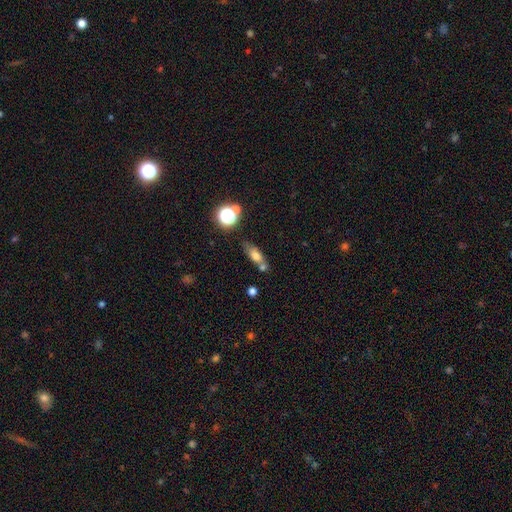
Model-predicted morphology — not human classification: Smooth or featured: smooth — 67% (featured or disk — 19%)
How rounded: in between — 60% (cigar-shaped — 26%)
Merging: none — 51% (merger — 26%)